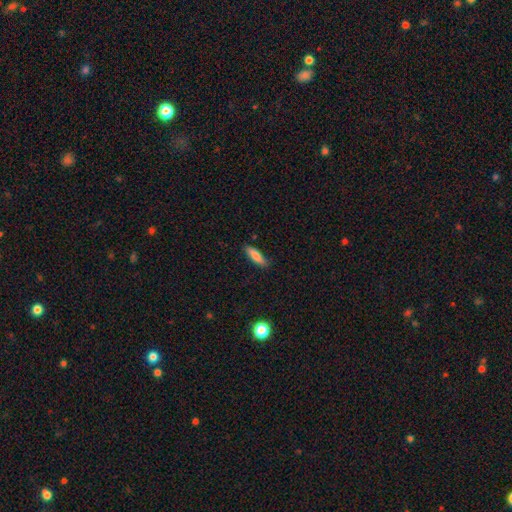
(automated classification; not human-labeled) This appears to be a smooth galaxy with no disk features (78%) that is cigar-shaped (59%). Merging: none (83%).